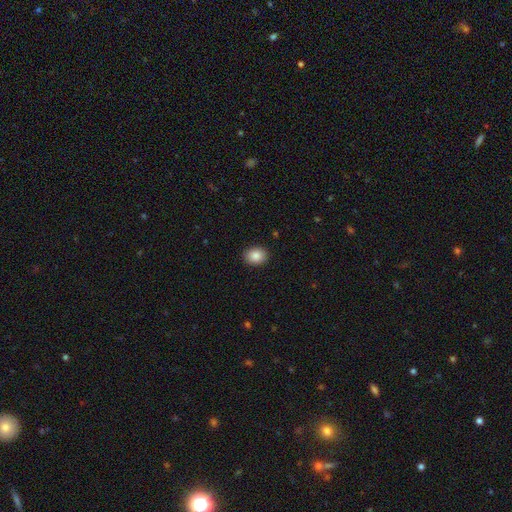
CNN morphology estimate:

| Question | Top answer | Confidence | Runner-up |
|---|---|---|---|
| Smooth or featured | smooth | 88% | star or artifact (8%) |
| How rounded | round | 52% | in between (47%) |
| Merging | none | 90% | minor disturbance (7%) |